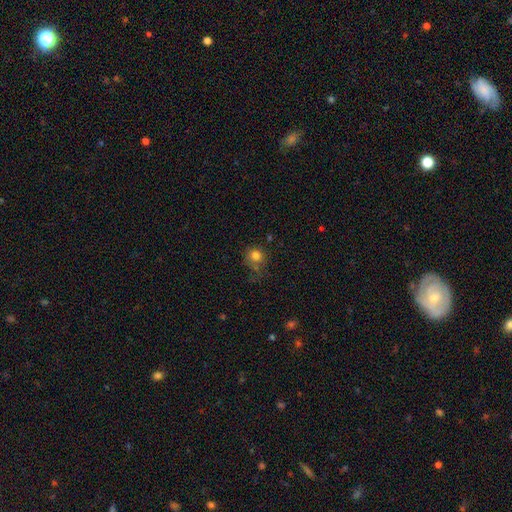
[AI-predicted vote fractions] The model was most divided on "merging": none: 58%, minor disturbance: 23%, major disturbance: 13%, merger: 5%. More confident: how rounded — round (84%); smooth or featured — smooth (80%).